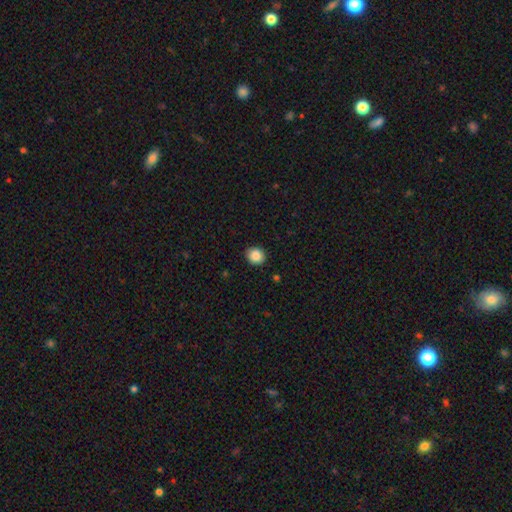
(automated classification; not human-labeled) A smooth galaxy with no disk features (87%) that is round (76%).

Vote fractions:
- Smooth or featured? smooth: 87% / star or artifact: 9% / featured or disk: 4%
- How rounded? round: 76% / in between: 23% / cigar-shaped: 1%
- Merging? none: 90% / minor disturbance: 7% / major disturbance: 2% / merger: 1%